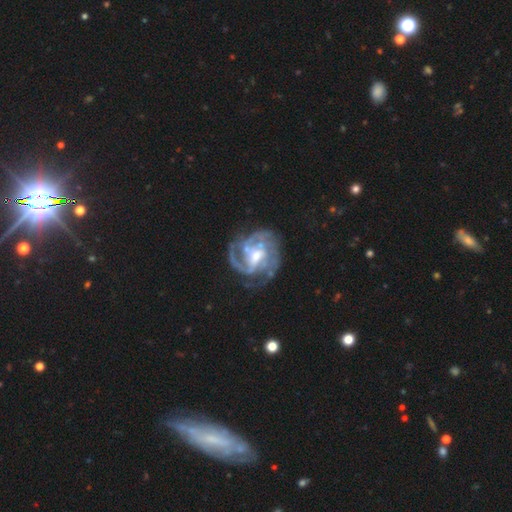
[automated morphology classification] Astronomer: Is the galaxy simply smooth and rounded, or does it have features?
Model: featured or disk — 89%.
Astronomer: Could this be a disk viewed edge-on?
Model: no — 98%.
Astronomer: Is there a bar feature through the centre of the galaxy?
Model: weak — 47% (runner-up: no, 32%).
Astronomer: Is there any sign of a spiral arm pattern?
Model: yes — 96%.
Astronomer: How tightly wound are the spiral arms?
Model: tight — 47% (runner-up: medium, 42%).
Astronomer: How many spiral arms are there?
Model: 3 — 35% (runner-up: 2, 26%).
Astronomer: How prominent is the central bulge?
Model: moderate — 63%.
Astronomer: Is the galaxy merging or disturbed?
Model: none — 61%.